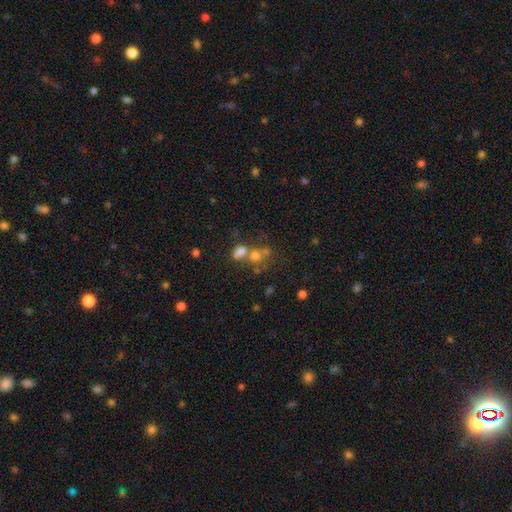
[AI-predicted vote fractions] Smooth or featured?
  - smooth: 67% *
  - star or artifact: 17%
  - featured or disk: 16%
How rounded?
  - round: 56% *
  - in between: 42%
  - cigar-shaped: 2%
Merging?
  - merger: 52% *
  - none: 32%
  - minor disturbance: 9%
  - major disturbance: 7%